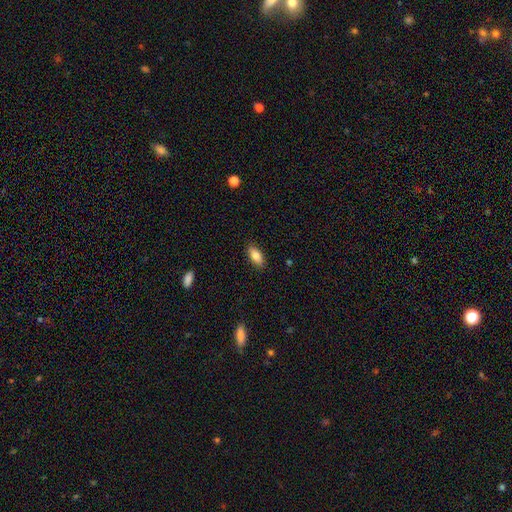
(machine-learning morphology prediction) This is clearly a smooth galaxy (83%). How rounded: clearly in between (88%). Merging: clearly none (87%).